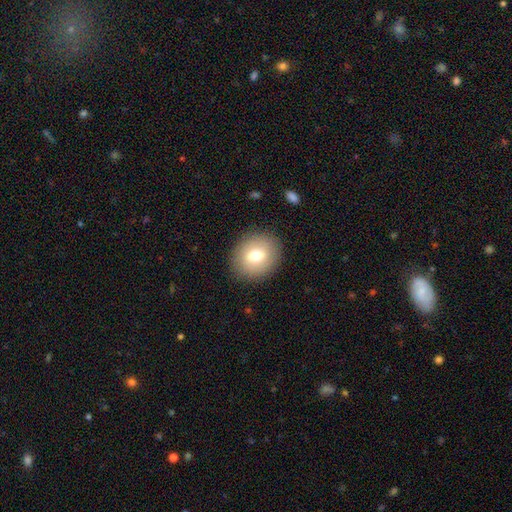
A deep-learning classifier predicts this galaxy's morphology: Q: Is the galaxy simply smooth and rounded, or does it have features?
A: smooth — 73%.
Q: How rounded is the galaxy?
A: round — 68%.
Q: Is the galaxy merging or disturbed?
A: none — 88%.